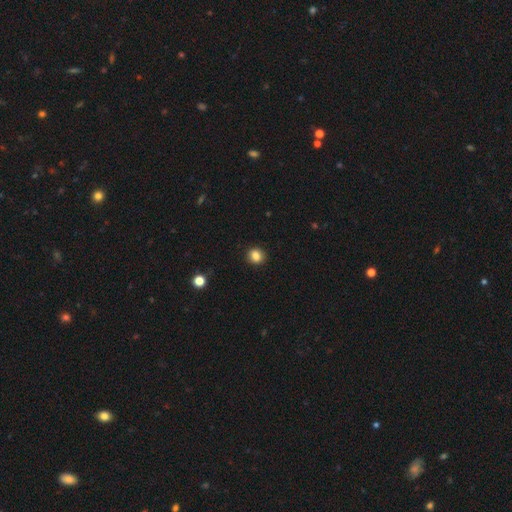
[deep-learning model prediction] Smooth or featured: smooth — 85% (star or artifact — 11%)
How rounded: round — 79% (in between — 20%)
Merging: none — 91% (minor disturbance — 6%)